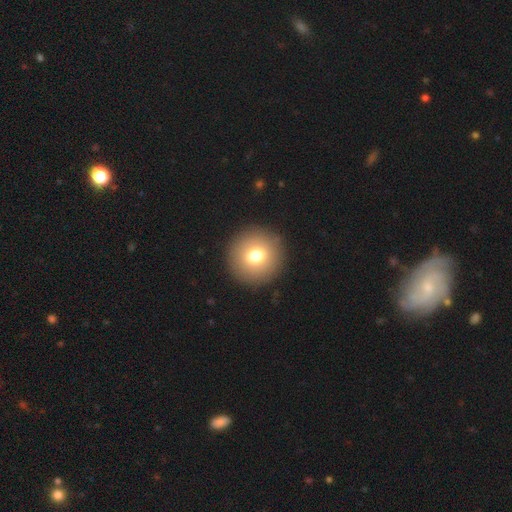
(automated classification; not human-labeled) Overall: smooth (74%). How rounded: round (94%). Merging: none (91%).